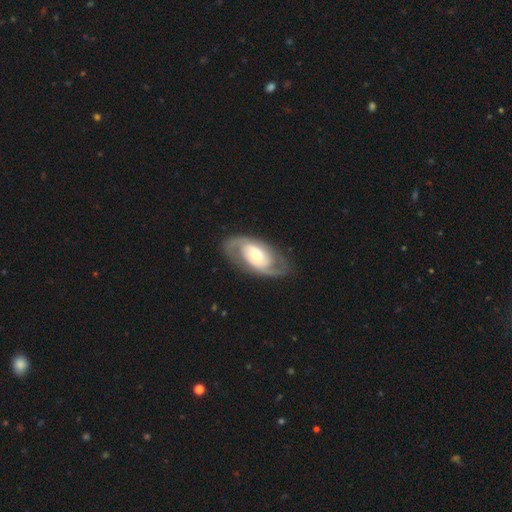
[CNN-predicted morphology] Overall: featured or disk (83%). Edge-on disk: no (95%). Bar: no (64%; weak 25%). Spiral arms: yes (91%). Spiral arm count: 2 (88%). Spiral winding: medium (45%; tight 34%). Bulge size: moderate (60%; small 27%). Merging: none (81%).